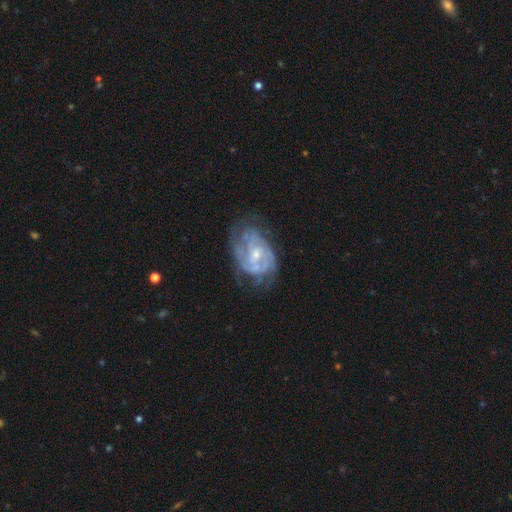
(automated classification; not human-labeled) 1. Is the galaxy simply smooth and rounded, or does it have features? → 81% featured or disk, 12% smooth, 6% star or artifact.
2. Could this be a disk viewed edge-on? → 97% no, 3% yes.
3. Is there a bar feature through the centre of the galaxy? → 55% no, 38% weak, 7% strong.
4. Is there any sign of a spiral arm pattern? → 84% yes, 16% no.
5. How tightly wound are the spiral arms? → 55% tight, 35% medium, 10% loose.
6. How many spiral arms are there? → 42% can't tell, 29% 2, 14% 3, 7% 4, 4% 1, 4% more than 4.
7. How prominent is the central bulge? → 60% small, 34% moderate, 4% none, 1% large, 1% dominant.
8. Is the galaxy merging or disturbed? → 56% none, 25% minor disturbance, 17% major disturbance, 2% merger.